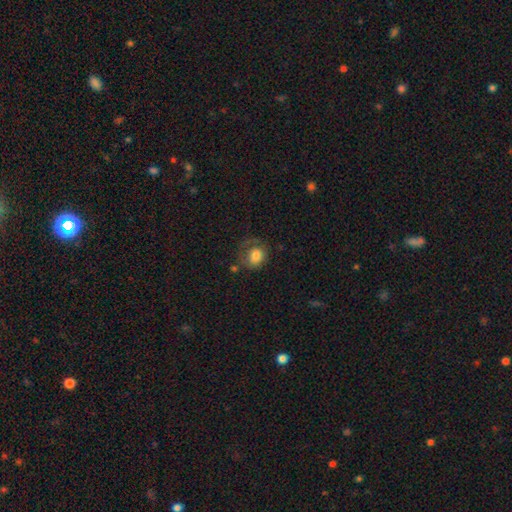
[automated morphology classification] type=smooth (70%); roundness=round (66%); merging=none (47%).